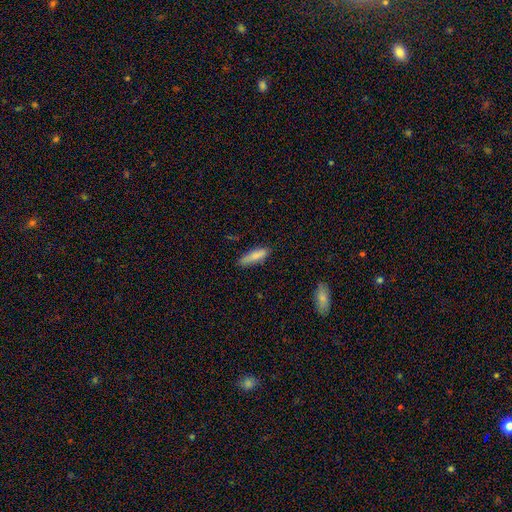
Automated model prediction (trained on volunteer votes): smooth-or-featured: smooth: 82% | featured or disk: 11% | star or artifact: 7%
  how-rounded: cigar-shaped: 62% | in between: 36% | round: 2%
  merging: none: 77% | minor disturbance: 18% | major disturbance: 3% | merger: 2%